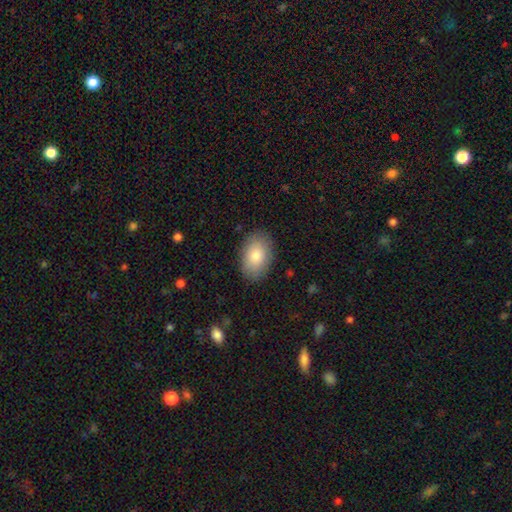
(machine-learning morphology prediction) smooth-or-featured: smooth: 84% | featured or disk: 10% | star or artifact: 6%
  how-rounded: in between: 90% | round: 9% | cigar-shaped: 1%
  merging: none: 86% | minor disturbance: 11% | major disturbance: 3% | merger: 1%